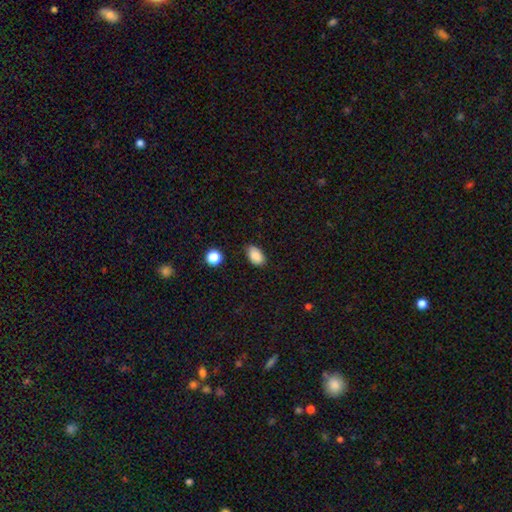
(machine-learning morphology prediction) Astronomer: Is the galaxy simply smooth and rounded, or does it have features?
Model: smooth — 87%.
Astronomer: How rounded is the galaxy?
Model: in between — 90%.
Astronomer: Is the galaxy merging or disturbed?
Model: none — 80%.